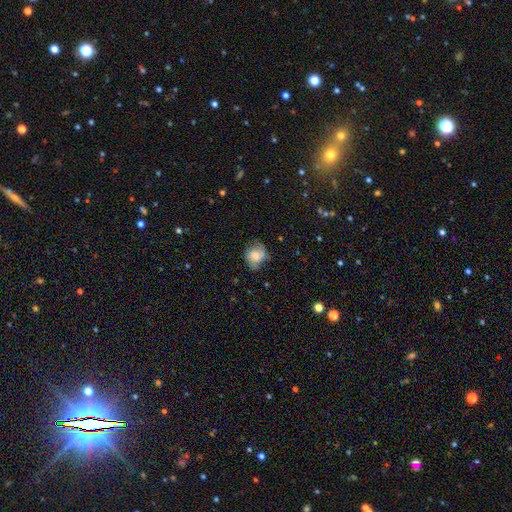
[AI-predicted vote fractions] Smooth or featured: smooth — 62% (featured or disk — 29%)
How rounded: round — 59% (in between — 40%)
Merging: none — 61% (minor disturbance — 28%)